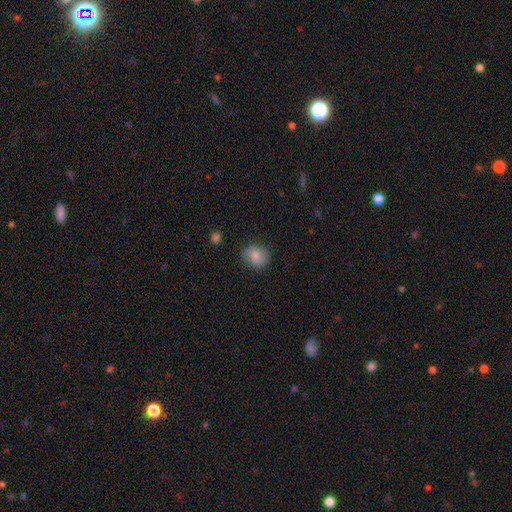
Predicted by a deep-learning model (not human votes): Q: Smooth or featured?
A: smooth (76%); runner-up: featured or disk (16%)
Q: How rounded?
A: round (70%); runner-up: in between (29%)
Q: Merging?
A: none (77%); runner-up: minor disturbance (17%)